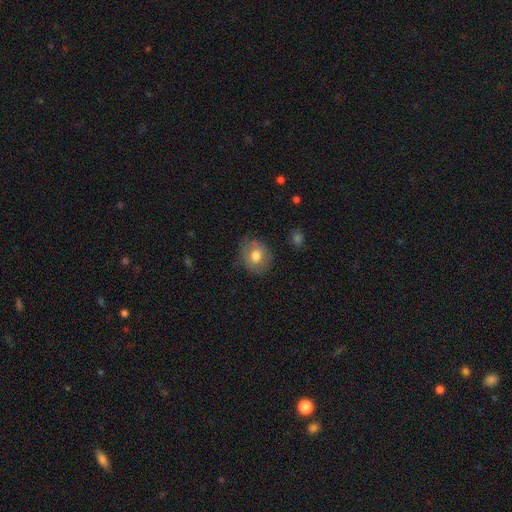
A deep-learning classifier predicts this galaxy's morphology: Smooth or featured? smooth (72%)
How rounded? round (67%)
Merging? none (78%)